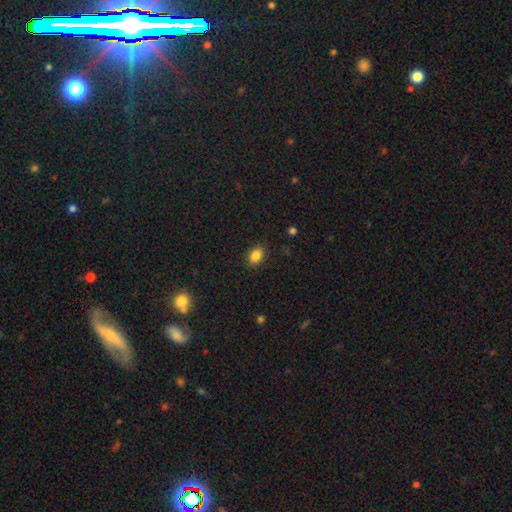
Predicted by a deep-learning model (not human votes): A smooth galaxy with no disk features (86%) that is in between round and cigar-shaped (77%). Merging: none (88%).